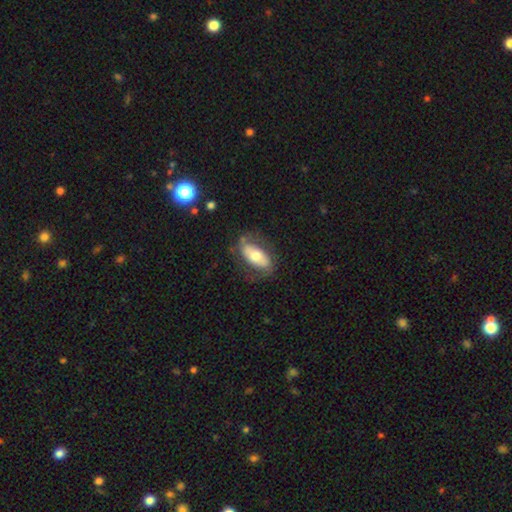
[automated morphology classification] smooth_or_featured: smooth (p=0.51) [alt: featured or disk p=0.43]
how_rounded: in between (p=0.88) [alt: cigar-shaped p=0.08]
merging: none (p=0.66) [alt: minor disturbance p=0.21]